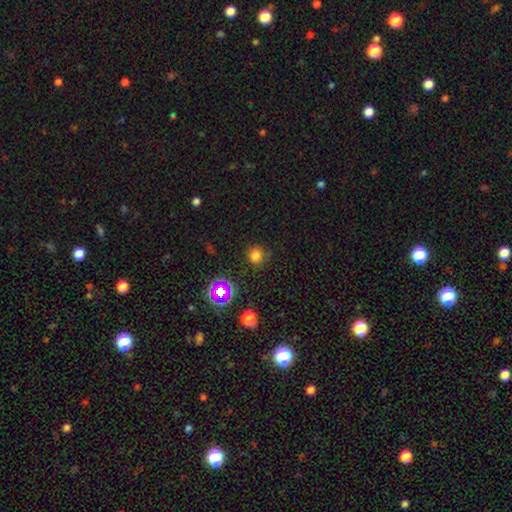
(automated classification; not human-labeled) Smooth or featured: smooth — 74% (star or artifact — 21%)
How rounded: round — 89% (in between — 10%)
Merging: none — 83% (minor disturbance — 11%)